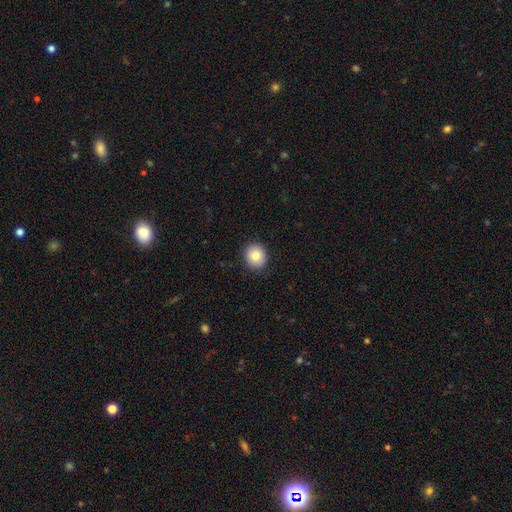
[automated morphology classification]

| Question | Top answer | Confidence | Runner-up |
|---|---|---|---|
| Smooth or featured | smooth | 81% | featured or disk (10%) |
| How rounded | round | 81% | in between (18%) |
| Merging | none | 90% | minor disturbance (7%) |